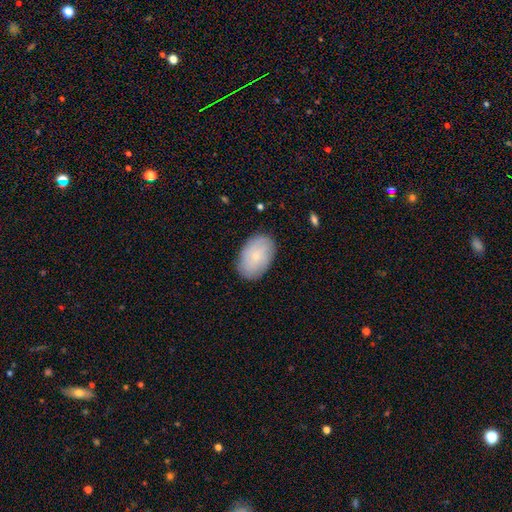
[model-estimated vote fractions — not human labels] smooth_or_featured: smooth (p=0.71) [alt: featured or disk p=0.22]
how_rounded: in between (p=0.90) [alt: round p=0.09]
merging: none (p=0.85) [alt: minor disturbance p=0.12]